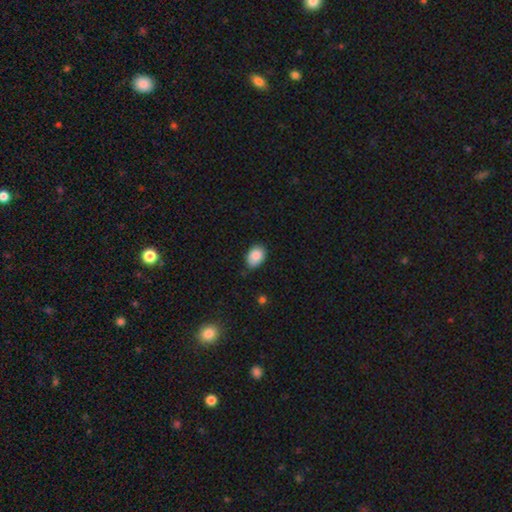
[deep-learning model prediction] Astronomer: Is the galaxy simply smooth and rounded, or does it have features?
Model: smooth — 86%.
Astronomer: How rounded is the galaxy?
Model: in between — 75%.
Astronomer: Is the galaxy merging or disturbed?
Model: none — 71%.